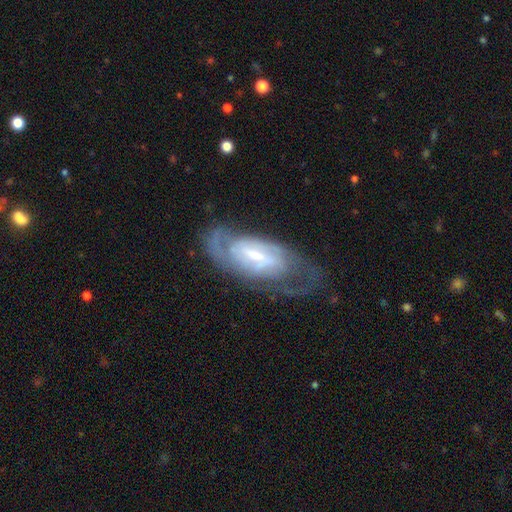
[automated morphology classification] type=featured or disk (83%); edge-on=no (91%); bar=weak (50%); spiral arms=yes (91%); winding=tight (48%); arm count=2 (54%); bulge=small (52%); merging=none (63%).